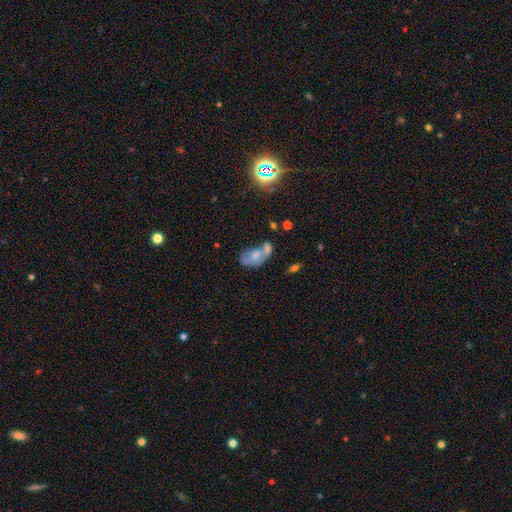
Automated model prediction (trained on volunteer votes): This is possibly a smooth galaxy (58%). How rounded: clearly in between (89%). Merging: possibly merger (53%).